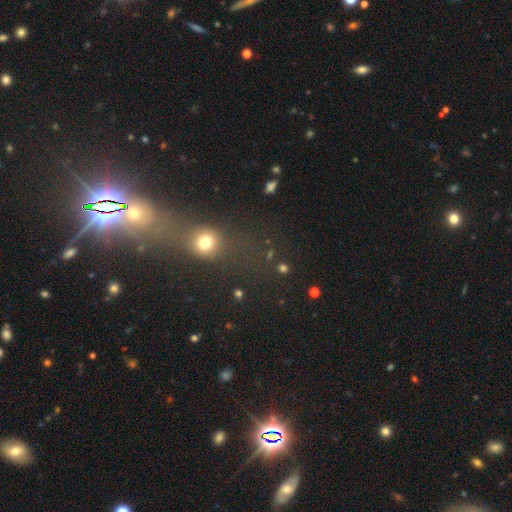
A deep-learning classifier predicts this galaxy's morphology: Smooth or featured?
  - star or artifact: 63% *
  - smooth: 27%
  - featured or disk: 11%